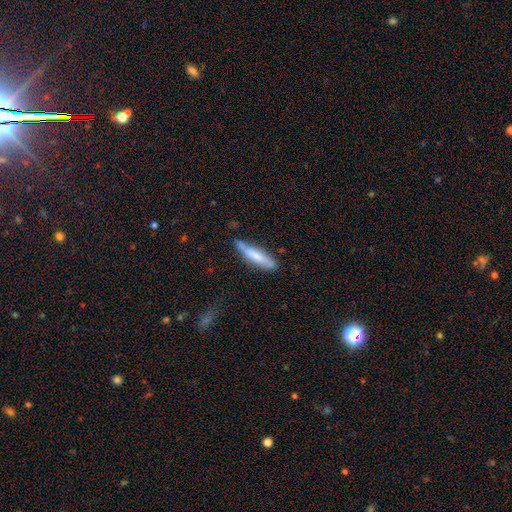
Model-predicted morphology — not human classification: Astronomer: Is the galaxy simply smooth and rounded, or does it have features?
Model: smooth — 67%.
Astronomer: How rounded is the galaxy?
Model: cigar-shaped — 83%.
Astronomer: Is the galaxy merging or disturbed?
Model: none — 69%.